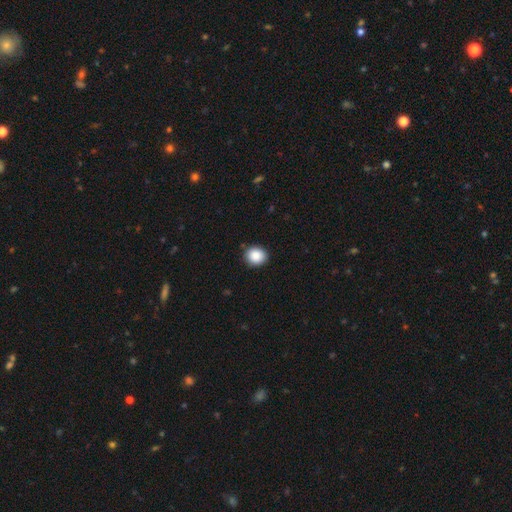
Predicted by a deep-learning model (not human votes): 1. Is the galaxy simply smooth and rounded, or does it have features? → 88% smooth, 8% star or artifact, 3% featured or disk.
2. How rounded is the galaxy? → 72% round, 27% in between, 1% cigar-shaped.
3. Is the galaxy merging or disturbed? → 88% none, 9% minor disturbance, 2% major disturbance, 1% merger.